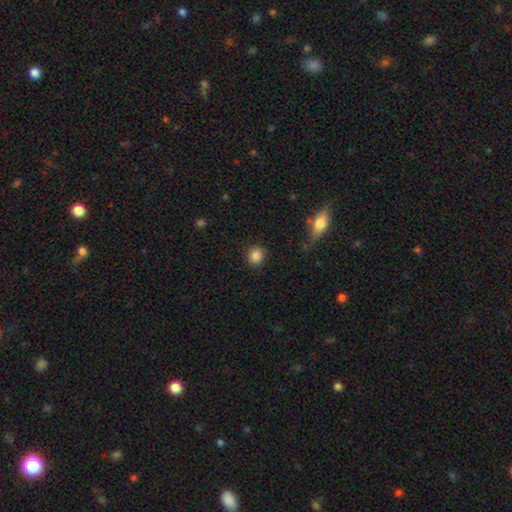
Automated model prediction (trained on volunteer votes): The model was most divided on "how rounded": round: 78%, in between: 21%, cigar-shaped: 1%. More confident: merging — none (88%); smooth or featured — smooth (86%).